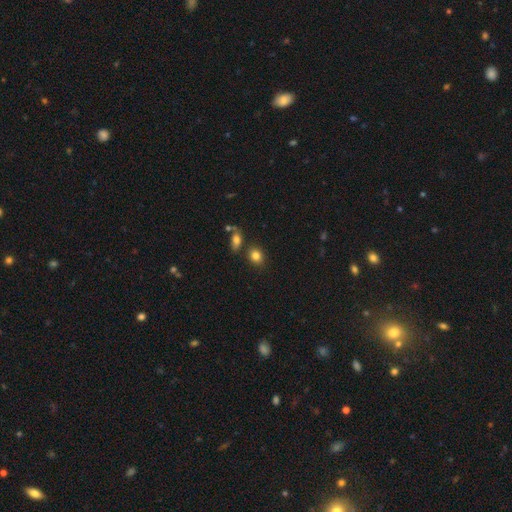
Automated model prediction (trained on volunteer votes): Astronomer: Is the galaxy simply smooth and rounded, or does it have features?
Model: smooth — 83%.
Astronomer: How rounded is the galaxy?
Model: round — 57% (runner-up: in between, 41%).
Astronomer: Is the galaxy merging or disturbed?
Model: none — 76%.